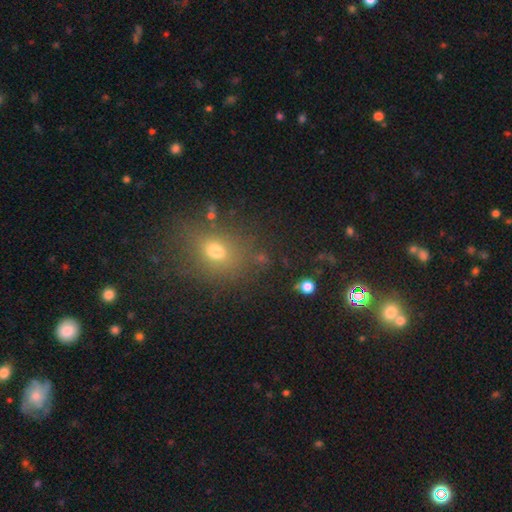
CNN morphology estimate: This appears to be a smooth galaxy with no disk features (62%) that is round (53%). Merging: none (80%).